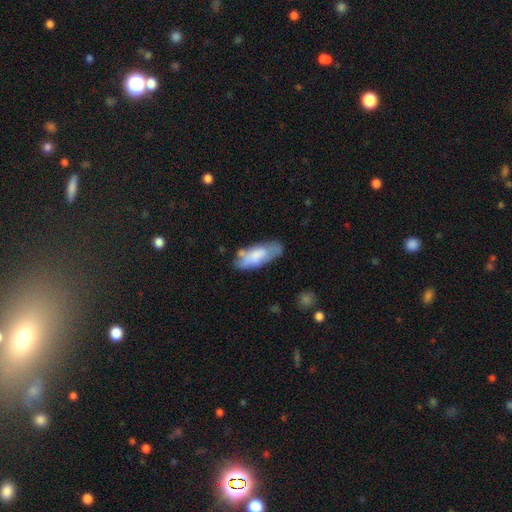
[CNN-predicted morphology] Overall: smooth (65%; featured or disk 28%). How rounded: in between (81%). Merging: none (53%; minor disturbance 28%).